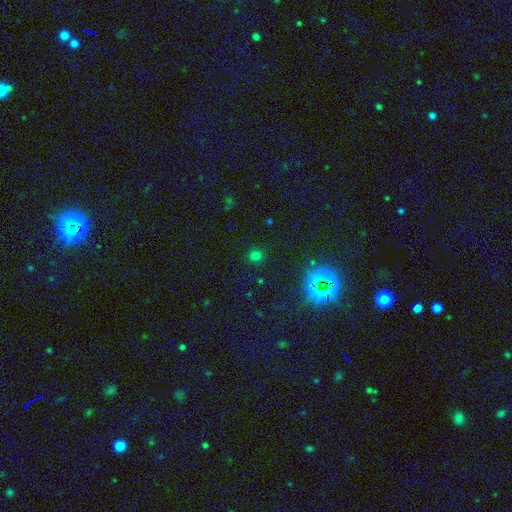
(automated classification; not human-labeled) Smooth or featured? Predicted: smooth (p=0.68). How rounded? Predicted: round (p=0.90). Merging? Predicted: none (p=0.88).